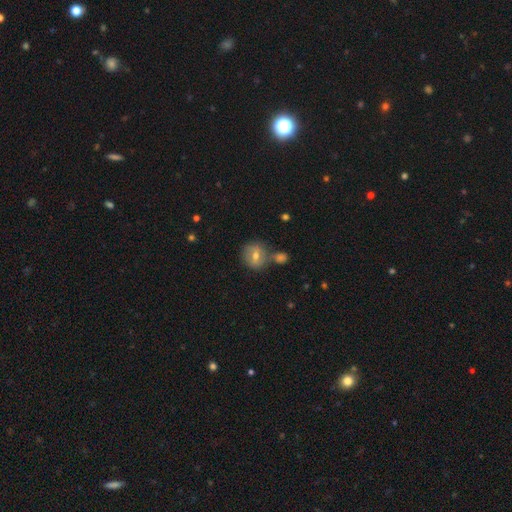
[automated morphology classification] A smooth galaxy with no disk features (62%) that is round (79%).

Vote fractions:
- Smooth or featured? smooth: 62% / featured or disk: 29% / star or artifact: 9%
- How rounded? round: 79% / in between: 20% / cigar-shaped: 1%
- Merging? none: 60% / merger: 21% / minor disturbance: 15% / major disturbance: 5%